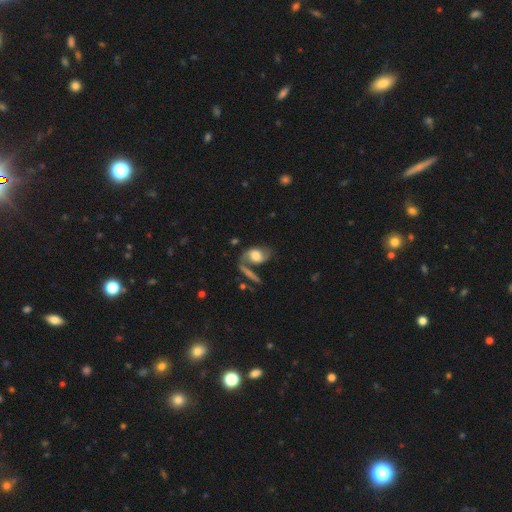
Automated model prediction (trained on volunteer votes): Smooth or featured? featured or disk (51%)
Edge-on disk? no (91%)
Merging? none (46%)